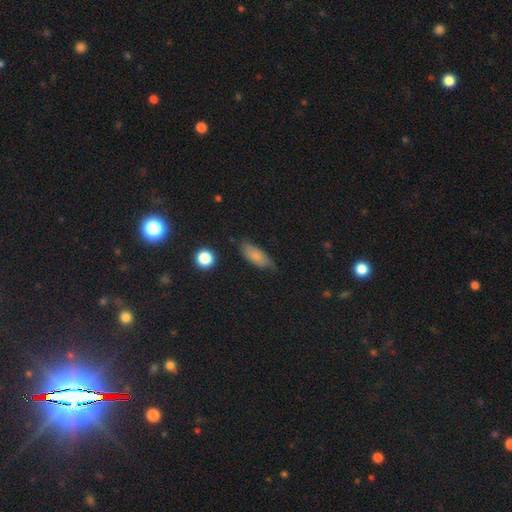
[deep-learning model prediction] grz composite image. It shows a smooth galaxy with no disk features (78%) that is in between round and cigar-shaped (80%). Merging: none (64%).